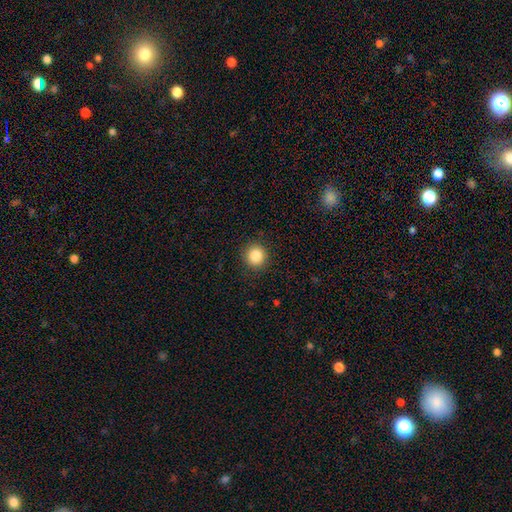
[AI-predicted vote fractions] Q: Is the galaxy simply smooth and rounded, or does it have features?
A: smooth — 85%.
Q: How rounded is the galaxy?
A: round — 92%.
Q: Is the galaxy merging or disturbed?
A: none — 91%.